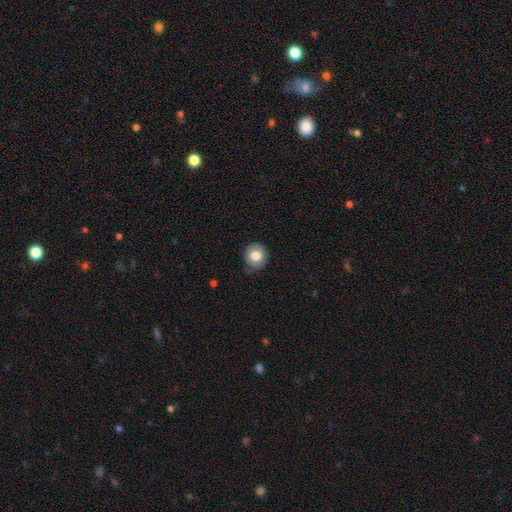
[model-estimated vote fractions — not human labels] A smooth galaxy with no disk features (81%) that is round (86%).

Vote fractions:
- Smooth or featured? smooth: 81% / featured or disk: 11% / star or artifact: 9%
- How rounded? round: 86% / in between: 13% / cigar-shaped: 1%
- Merging? none: 75% / minor disturbance: 20% / major disturbance: 4% / merger: 1%